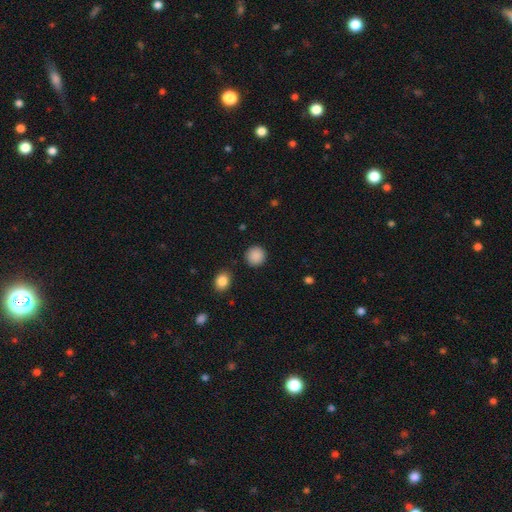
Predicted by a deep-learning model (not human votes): Morphology: type=smooth (89%); roundness=round (92%); merging=none (90%).